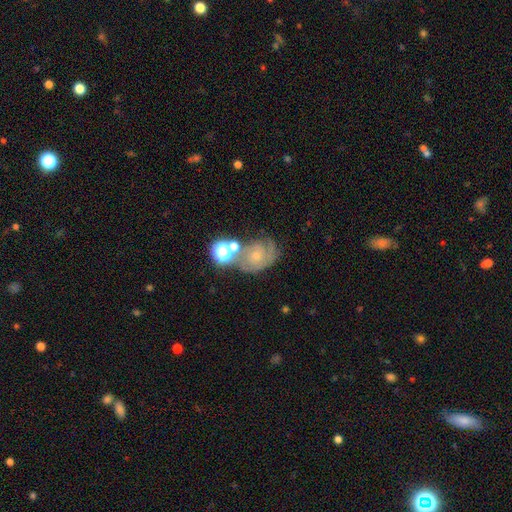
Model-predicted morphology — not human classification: smooth_or_featured: featured or disk (p=0.68) [alt: smooth p=0.18]
disk_edge_on: no (p=0.97) [alt: yes p=0.03]
bar: no (p=0.76) [alt: weak p=0.20]
has_spiral_arms: yes (p=0.90) [alt: no p=0.10]
spiral_winding: tight (p=0.57) [alt: medium p=0.33]
spiral_arm_count: 2 (p=0.41) [alt: can't tell p=0.29]
bulge_size: small (p=0.68) [alt: moderate p=0.25]
merging: none (p=0.49) [alt: minor disturbance p=0.19]